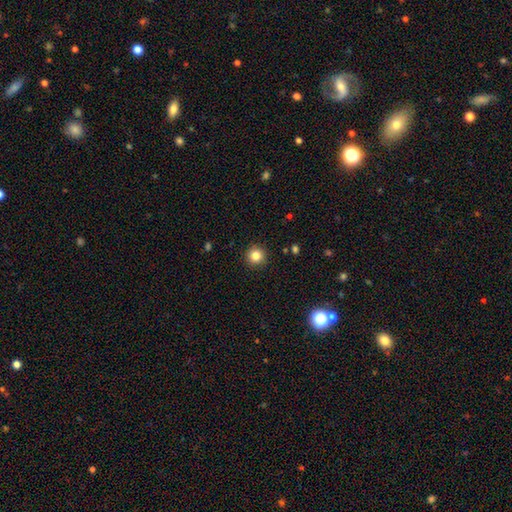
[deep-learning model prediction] Morphology: type=smooth (83%); roundness=round (95%); merging=none (92%).